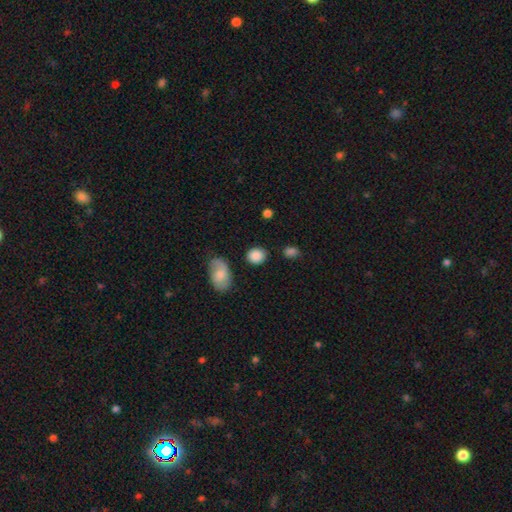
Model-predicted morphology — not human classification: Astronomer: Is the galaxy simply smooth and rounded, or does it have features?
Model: smooth — 86%.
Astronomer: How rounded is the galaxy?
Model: round — 64%.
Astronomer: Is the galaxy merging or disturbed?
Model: none — 81%.